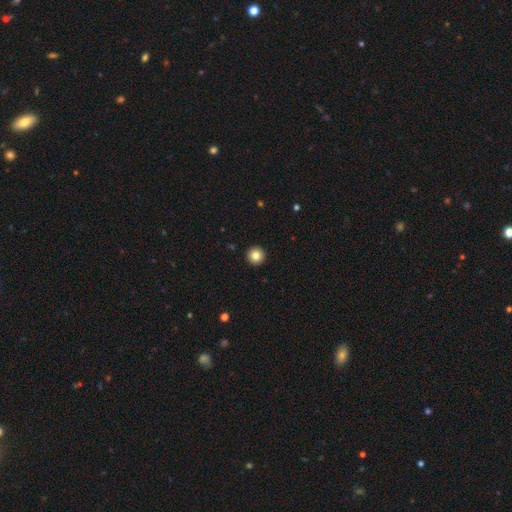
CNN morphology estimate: smooth 84%, star or artifact 10%, featured or disk 7%. Down the decision tree: how rounded — round (96%); merging — none (94%).